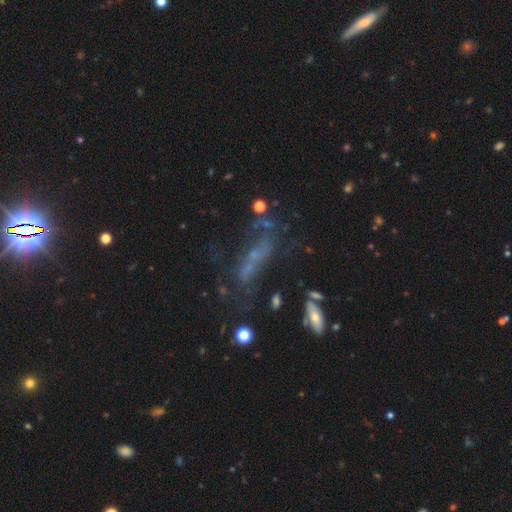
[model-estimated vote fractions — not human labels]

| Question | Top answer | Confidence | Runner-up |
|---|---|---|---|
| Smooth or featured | featured or disk | 50% | smooth (25%) |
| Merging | none | 44% | major disturbance (25%) |